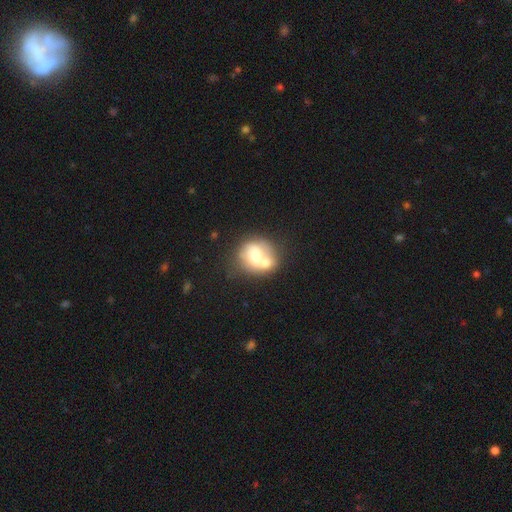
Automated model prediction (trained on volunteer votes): smooth-or-featured: smooth: 51% | featured or disk: 41% | star or artifact: 8%
  how-rounded: round: 64% | in between: 35% | cigar-shaped: 1%
  merging: merger: 54% | none: 25% | minor disturbance: 12% | major disturbance: 8%